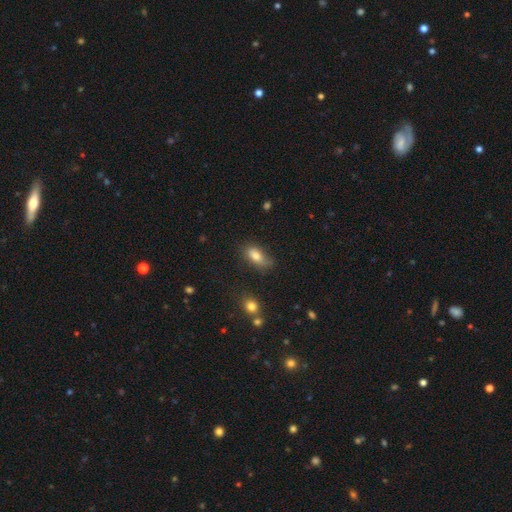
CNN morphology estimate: smooth_or_featured: smooth (p=0.80) [alt: featured or disk p=0.11]
how_rounded: in between (p=0.86) [alt: cigar-shaped p=0.08]
merging: none (p=0.61) [alt: minor disturbance p=0.27]